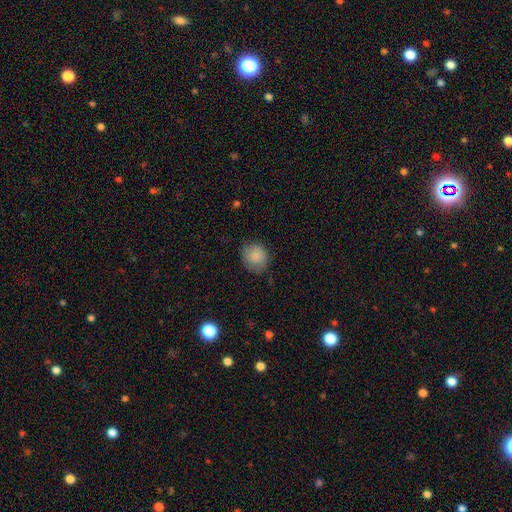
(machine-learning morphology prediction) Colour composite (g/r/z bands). It shows a smooth galaxy with no disk features (87%) that is round (77%). Merging: none (74%).